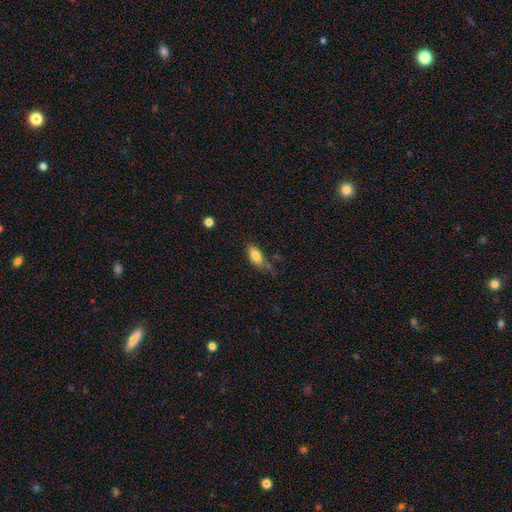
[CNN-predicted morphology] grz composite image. It shows a smooth galaxy with no disk features (82%) that is in between round and cigar-shaped (87%). Merging: none (52%).